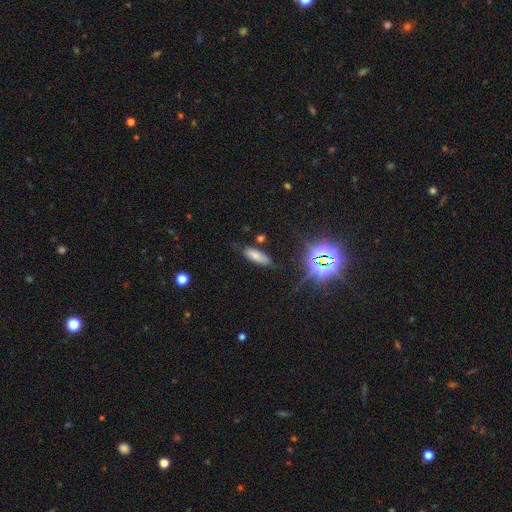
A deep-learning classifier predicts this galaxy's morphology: The model was most divided on "how rounded": in between: 68%, cigar-shaped: 29%, round: 3%. More confident: merging — none (72%); smooth or featured — smooth (71%).